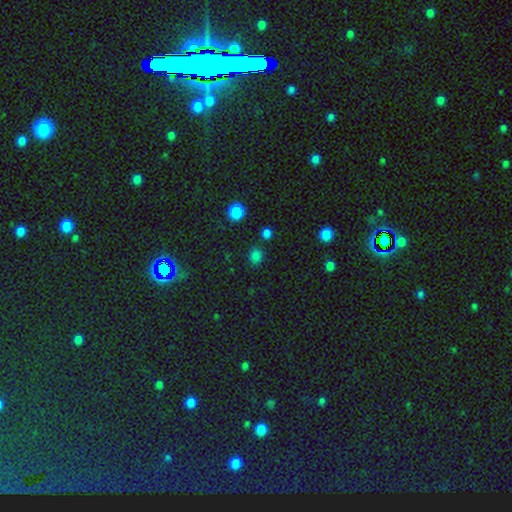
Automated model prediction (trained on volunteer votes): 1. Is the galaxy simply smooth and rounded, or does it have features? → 75% smooth, 21% star or artifact, 4% featured or disk.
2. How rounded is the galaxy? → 68% round, 31% in between, 1% cigar-shaped.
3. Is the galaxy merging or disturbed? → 81% none, 11% minor disturbance, 4% merger, 4% major disturbance.